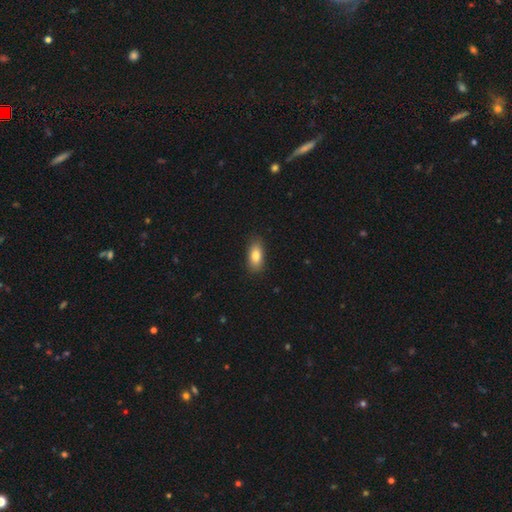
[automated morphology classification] Smooth or featured: smooth — 83% (featured or disk — 10%)
How rounded: in between — 87% (cigar-shaped — 9%)
Merging: none — 85% (minor disturbance — 11%)